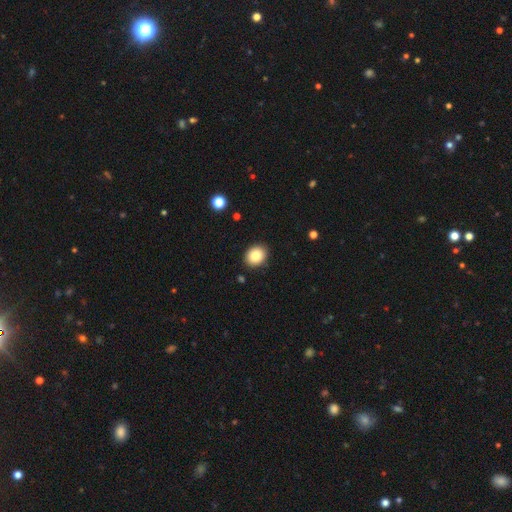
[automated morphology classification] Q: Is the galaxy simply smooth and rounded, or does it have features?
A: smooth — 84%.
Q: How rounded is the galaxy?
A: round — 53%.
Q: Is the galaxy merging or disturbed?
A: none — 89%.